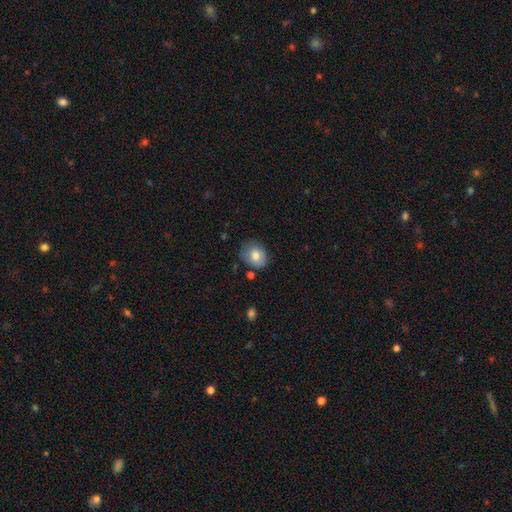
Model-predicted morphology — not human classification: A smooth galaxy with no disk features (76%) that is in between round and cigar-shaped (57%). Merging: none (65%).